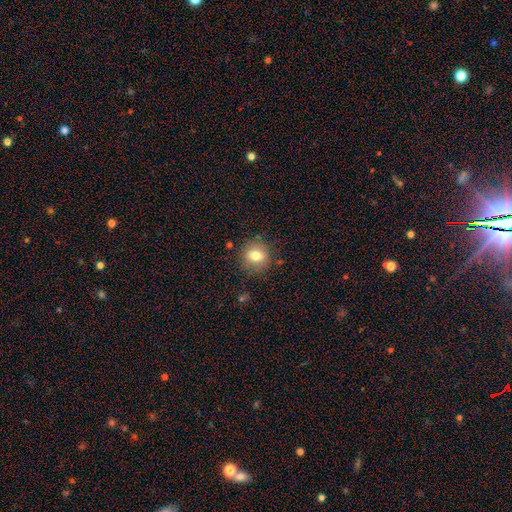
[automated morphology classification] Q: Smooth or featured?
A: smooth (77%); runner-up: featured or disk (13%)
Q: How rounded?
A: round (79%); runner-up: in between (20%)
Q: Merging?
A: none (83%); runner-up: minor disturbance (12%)